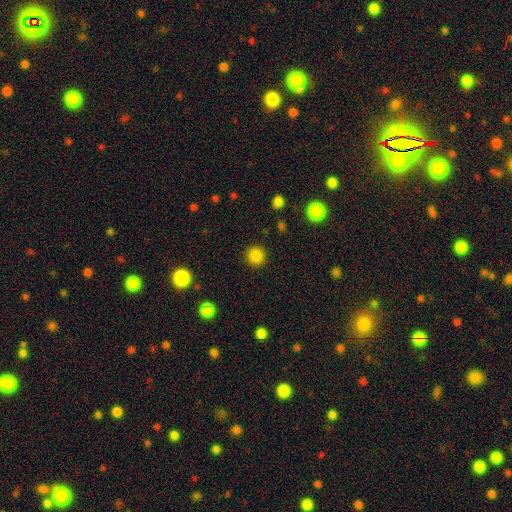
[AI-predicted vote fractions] This appears to be a smooth galaxy with no disk features (84%) that is round (94%). Merging: none (91%).